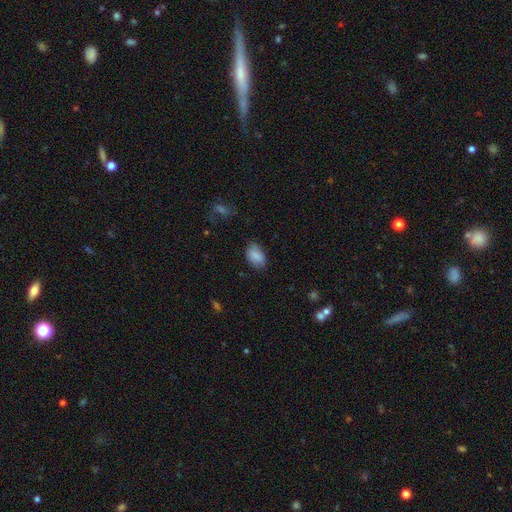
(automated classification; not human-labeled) smooth-or-featured: smooth: 87% | star or artifact: 7% | featured or disk: 6%
  how-rounded: in between: 89% | round: 9% | cigar-shaped: 1%
  merging: none: 77% | minor disturbance: 18% | major disturbance: 4% | merger: 1%